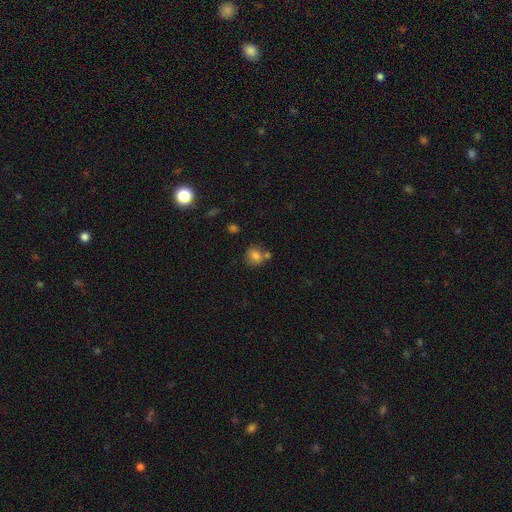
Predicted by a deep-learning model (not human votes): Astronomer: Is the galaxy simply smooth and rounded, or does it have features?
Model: smooth — 79%.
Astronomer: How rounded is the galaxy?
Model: round — 75%.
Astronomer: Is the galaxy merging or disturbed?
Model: none — 63%.